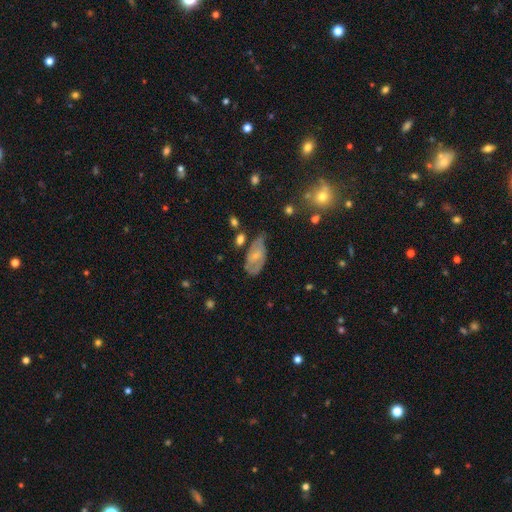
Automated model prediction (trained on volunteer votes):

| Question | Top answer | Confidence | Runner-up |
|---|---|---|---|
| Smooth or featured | featured or disk | 53% | smooth (39%) |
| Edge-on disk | no | 92% | yes (8%) |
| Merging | none | 42% | minor disturbance (35%) |